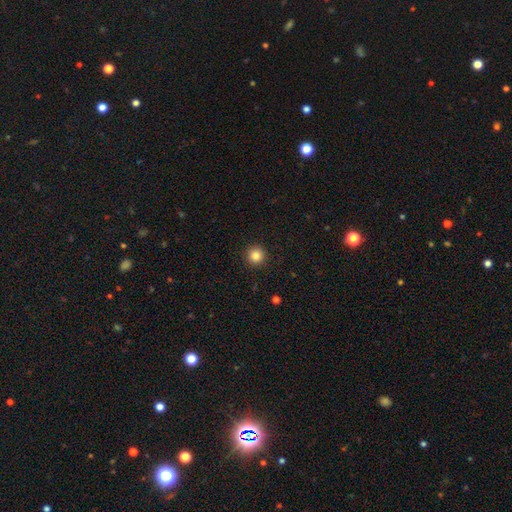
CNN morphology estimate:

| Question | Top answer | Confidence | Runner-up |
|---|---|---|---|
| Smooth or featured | smooth | 85% | star or artifact (11%) |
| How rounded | round | 95% | in between (4%) |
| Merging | none | 92% | minor disturbance (5%) |